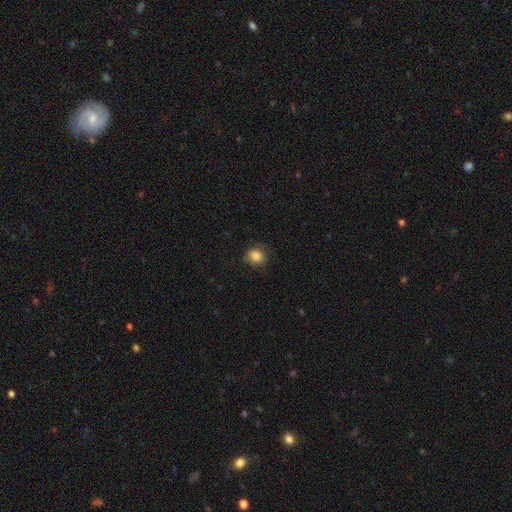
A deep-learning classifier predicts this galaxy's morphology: type=smooth (86%); roundness=round (76%); merging=none (74%).